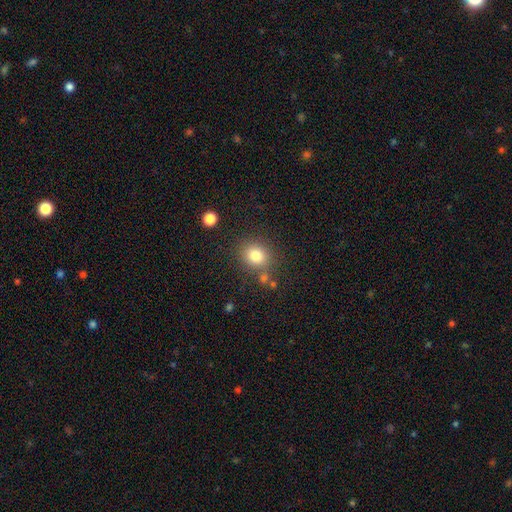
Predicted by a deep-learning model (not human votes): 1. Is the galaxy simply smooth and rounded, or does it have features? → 81% smooth, 11% star or artifact, 8% featured or disk.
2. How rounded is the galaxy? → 67% round, 32% in between, 1% cigar-shaped.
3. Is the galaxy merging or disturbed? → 75% none, 12% minor disturbance, 8% merger, 5% major disturbance.